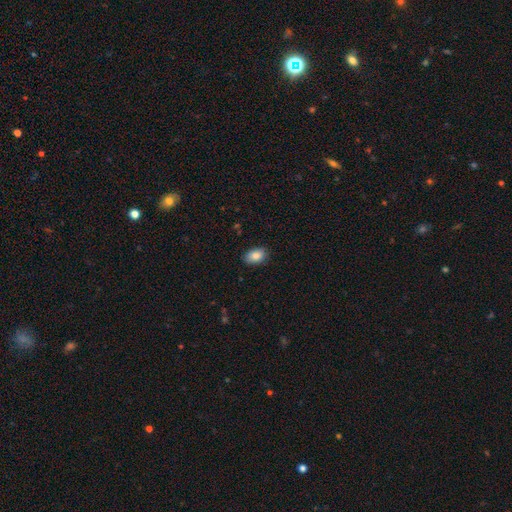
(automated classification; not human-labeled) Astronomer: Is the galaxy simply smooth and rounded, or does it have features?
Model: smooth — 86%.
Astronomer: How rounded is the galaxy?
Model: in between — 89%.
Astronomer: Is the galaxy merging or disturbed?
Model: none — 87%.